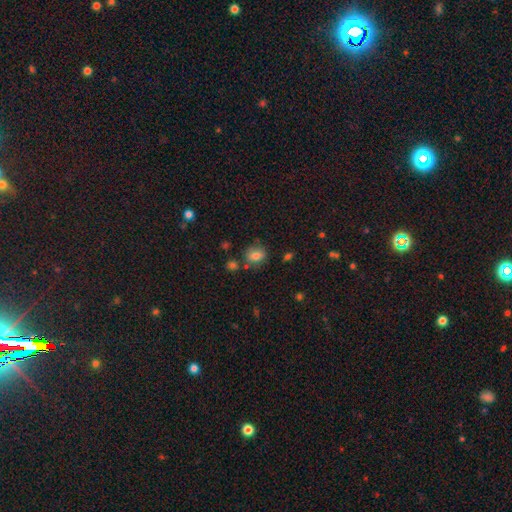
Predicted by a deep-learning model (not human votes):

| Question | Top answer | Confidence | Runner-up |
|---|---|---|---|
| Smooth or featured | smooth | 77% | star or artifact (12%) |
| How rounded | round | 60% | in between (39%) |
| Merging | none | 73% | minor disturbance (15%) |